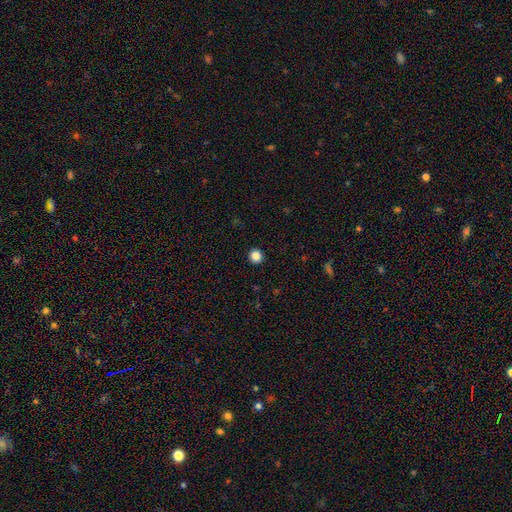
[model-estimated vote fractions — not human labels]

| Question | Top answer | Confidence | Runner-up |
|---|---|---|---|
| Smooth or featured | smooth | 86% | star or artifact (11%) |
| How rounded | round | 93% | in between (6%) |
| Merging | none | 93% | minor disturbance (4%) |